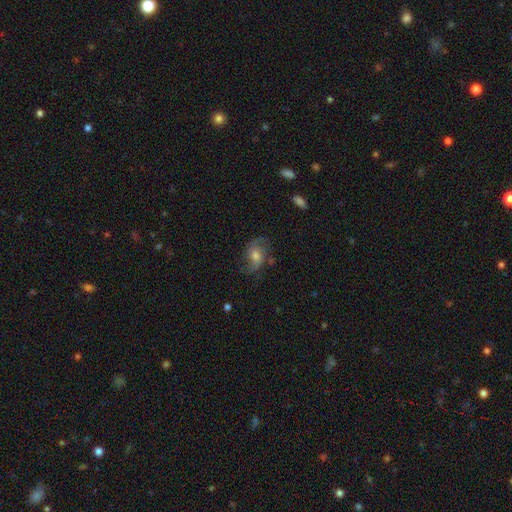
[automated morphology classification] Smooth or featured: featured or disk — 69% (smooth — 20%)
Edge-on disk: no — 96% (yes — 4%)
Bar: no — 62% (weak — 31%)
Spiral arms: yes — 91% (no — 9%)
Spiral winding: loose — 54% (medium — 36%)
Spiral arm count: 2 — 83% (can't tell — 8%)
Bulge size: moderate — 59% (small — 28%)
Merging: none — 68% (minor disturbance — 19%)